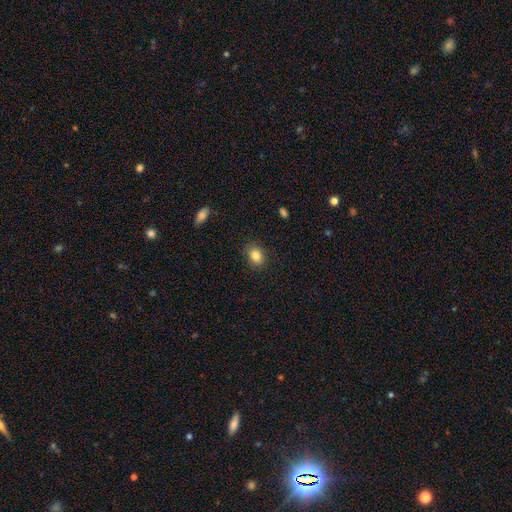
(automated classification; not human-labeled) A smooth galaxy with no disk features (84%) that is in between round and cigar-shaped (59%). Merging: none (87%).